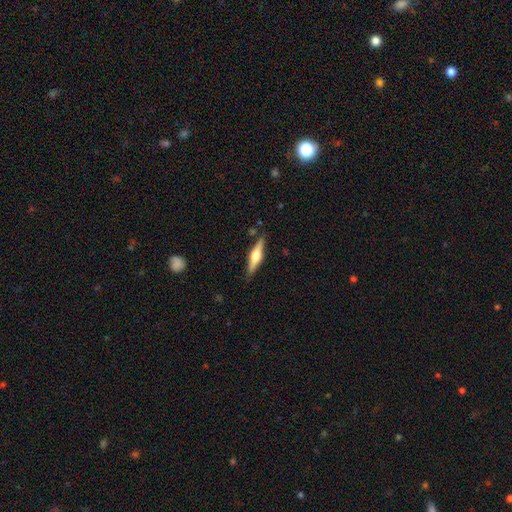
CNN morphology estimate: type=featured or disk (66%); edge-on=yes (97%); edge-on bulge=rounded (91%); merging=none (87%).